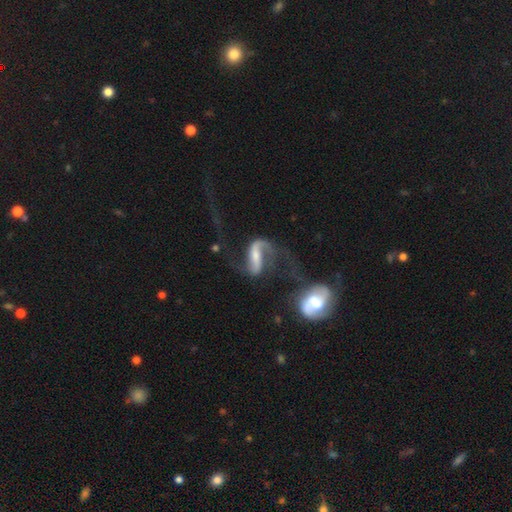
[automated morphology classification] A featured or disk galaxy (84%) with a strong bar (55%), 2 (84%) loose (72%) spiral arms (93%) and a small central bulge (46%).

Vote fractions:
- Smooth or featured? featured or disk: 84% / smooth: 10% / star or artifact: 6%
- Edge-on disk? no: 94% / yes: 6%
- Bar? strong: 55% / weak: 29% / no: 16%
- Spiral arms? yes: 93% / no: 7%
- Spiral winding? loose: 72% / medium: 22% / tight: 6%
- Spiral arm count? 2: 84% / 1: 11% / can't tell: 3% / 3: 1% / 4: 1% / more than 4: 1%
- Bulge size? small: 46% / moderate: 34% / none: 12% / large: 7% / dominant: 2%
- Merging? none: 40% / major disturbance: 33% / minor disturbance: 15% / merger: 13%